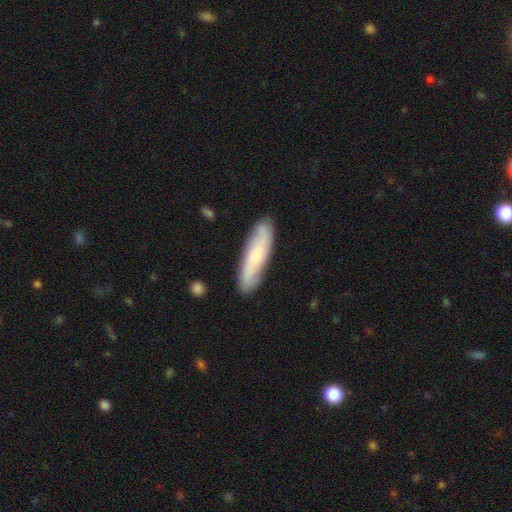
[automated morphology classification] smooth 54%, featured or disk 40%, star or artifact 6%. Down the decision tree: how rounded — cigar-shaped (72%); merging — none (85%).